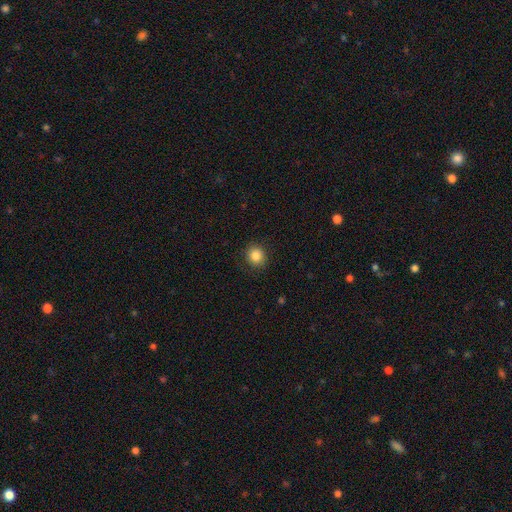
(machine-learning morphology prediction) smooth_or_featured: smooth (p=0.85) [alt: star or artifact p=0.10]
how_rounded: round (p=0.85) [alt: in between p=0.14]
merging: none (p=0.89) [alt: minor disturbance p=0.07]